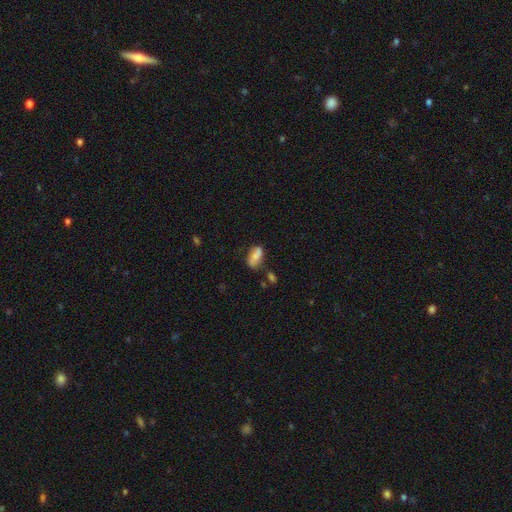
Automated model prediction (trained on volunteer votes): This is likely a smooth galaxy (62%). How rounded: clearly in between (88%). Merging: possibly none (56%).